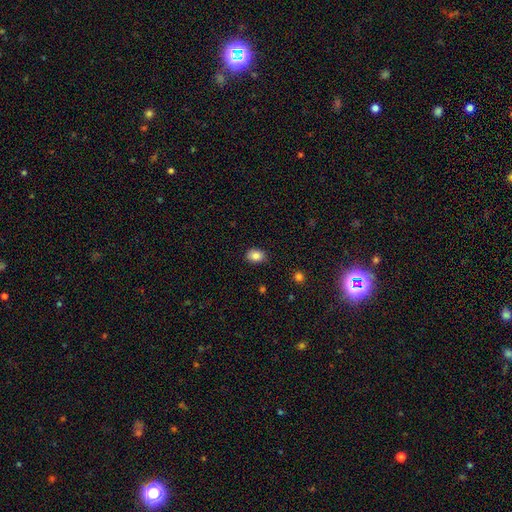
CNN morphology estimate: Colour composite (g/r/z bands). It shows a smooth galaxy with no disk features (85%) that is in between round and cigar-shaped (65%). Merging: none (86%).